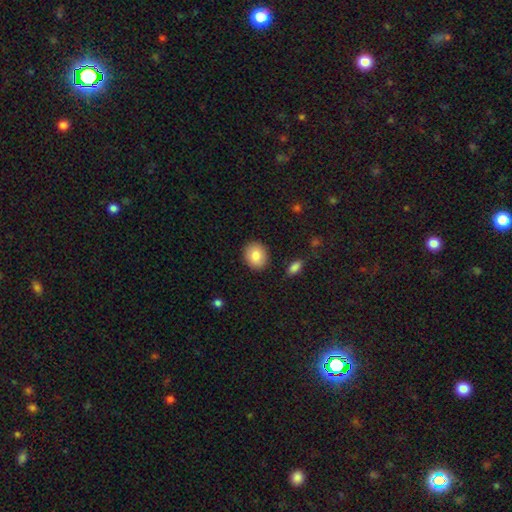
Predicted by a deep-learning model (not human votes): smooth_or_featured: smooth (p=0.84) [alt: featured or disk p=0.09]
how_rounded: round (p=0.57) [alt: in between p=0.42]
merging: none (p=0.89) [alt: minor disturbance p=0.08]